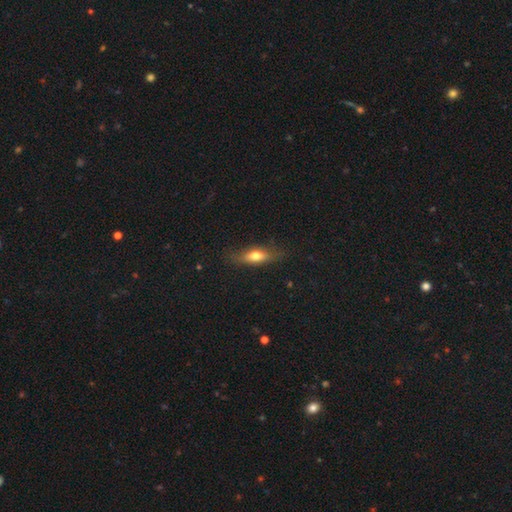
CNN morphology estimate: This appears to be a smooth galaxy with no disk features (63%) that is in between round and cigar-shaped (55%). Merging: none (77%).